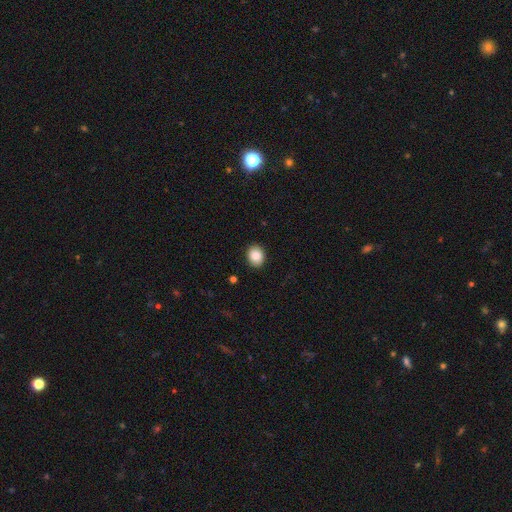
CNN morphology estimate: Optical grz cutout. It shows a smooth galaxy with no disk features (88%) that is round (52%). Merging: none (90%).